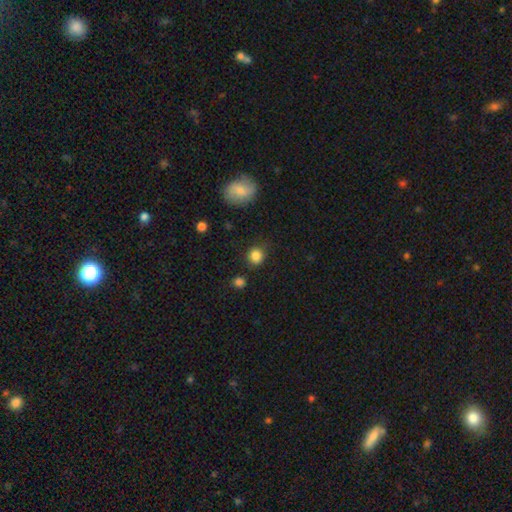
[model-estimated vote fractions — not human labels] The model was most divided on "merging": none: 82%, minor disturbance: 12%, major disturbance: 3%, merger: 3%. More confident: how rounded — round (86%); smooth or featured — smooth (85%).